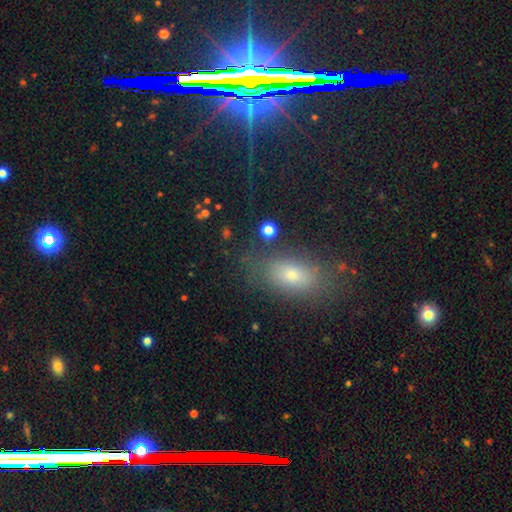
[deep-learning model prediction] A smooth galaxy with no disk features (47%).

Vote fractions:
- Smooth or featured? smooth: 47% / star or artifact: 37% / featured or disk: 16%
- Merging? none: 81% / minor disturbance: 12% / major disturbance: 5% / merger: 3%